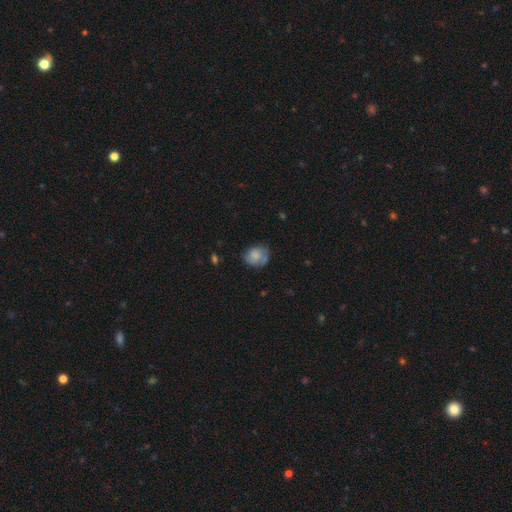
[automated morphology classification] A smooth galaxy with no disk features (72%) that is round (64%).

Vote fractions:
- Smooth or featured? smooth: 72% / featured or disk: 20% / star or artifact: 9%
- How rounded? round: 64% / in between: 36% / cigar-shaped: 1%
- Merging? none: 60% / minor disturbance: 27% / major disturbance: 9% / merger: 4%